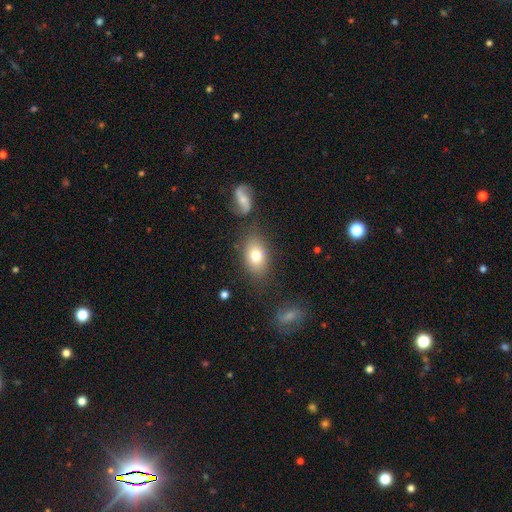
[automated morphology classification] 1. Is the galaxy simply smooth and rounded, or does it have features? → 77% smooth, 14% featured or disk, 9% star or artifact.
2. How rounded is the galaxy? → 82% in between, 16% round, 2% cigar-shaped.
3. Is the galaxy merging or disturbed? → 76% none, 14% minor disturbance, 6% merger, 4% major disturbance.